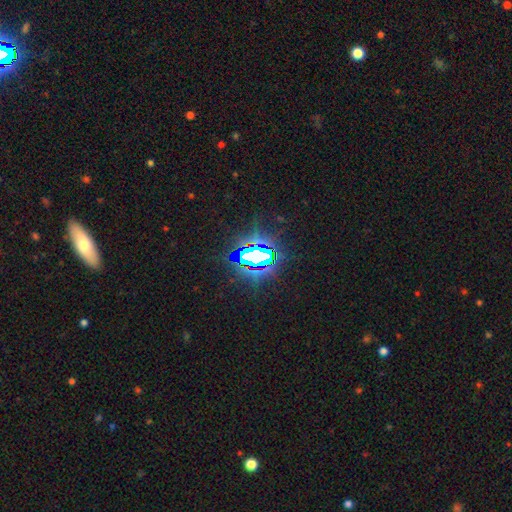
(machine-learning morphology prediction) smooth_or_featured: star or artifact (p=0.72) [alt: smooth p=0.14]